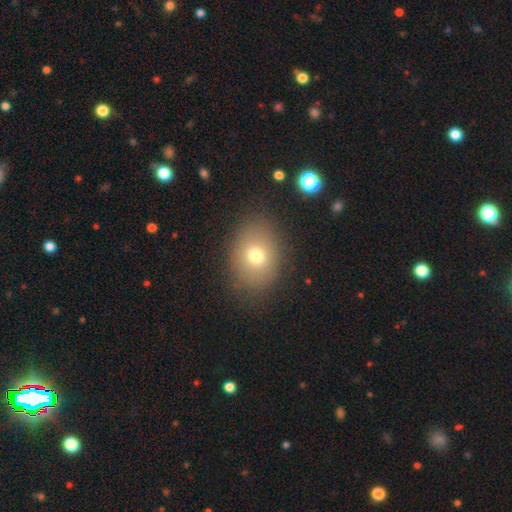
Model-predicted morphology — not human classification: Smooth or featured: smooth — 71% (featured or disk — 16%)
How rounded: in between — 59% (round — 40%)
Merging: none — 82% (minor disturbance — 12%)